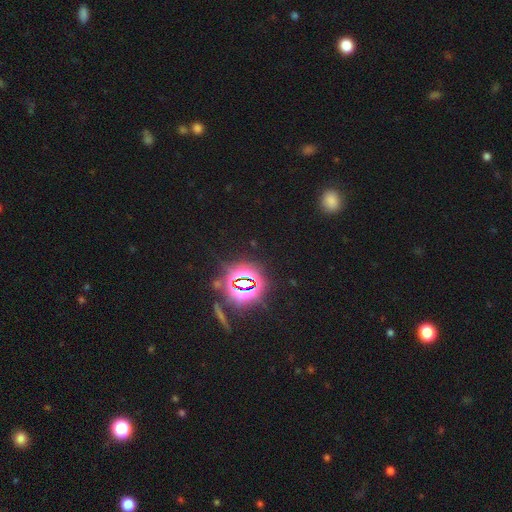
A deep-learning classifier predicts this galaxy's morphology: Overall: star or artifact (82%).